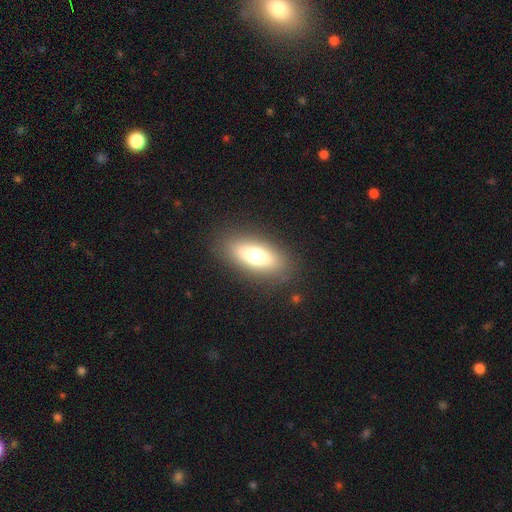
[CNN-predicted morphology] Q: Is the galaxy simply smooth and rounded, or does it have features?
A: smooth — 65%.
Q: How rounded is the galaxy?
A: in between — 75%.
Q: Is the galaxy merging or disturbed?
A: none — 86%.